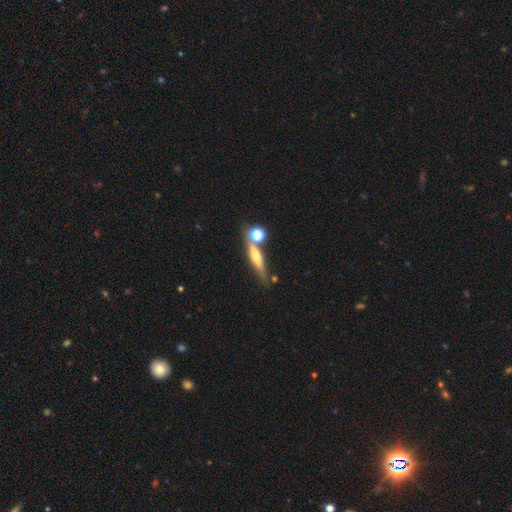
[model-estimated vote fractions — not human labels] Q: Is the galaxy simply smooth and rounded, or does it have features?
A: featured or disk — 47%.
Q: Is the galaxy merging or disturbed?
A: none — 59%.